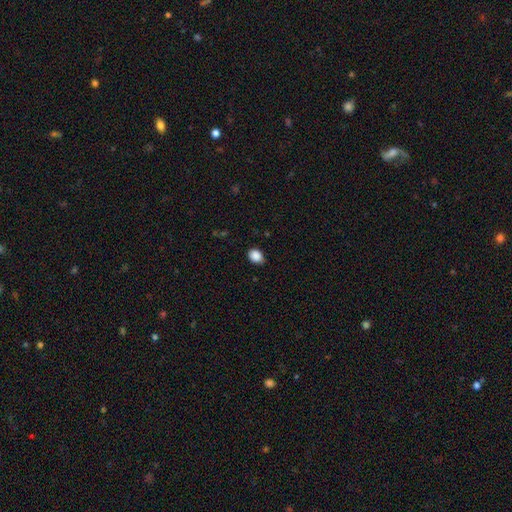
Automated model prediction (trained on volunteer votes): smooth_or_featured: smooth (p=0.88) [alt: star or artifact p=0.09]
how_rounded: in between (p=0.57) [alt: round p=0.42]
merging: none (p=0.80) [alt: minor disturbance p=0.16]